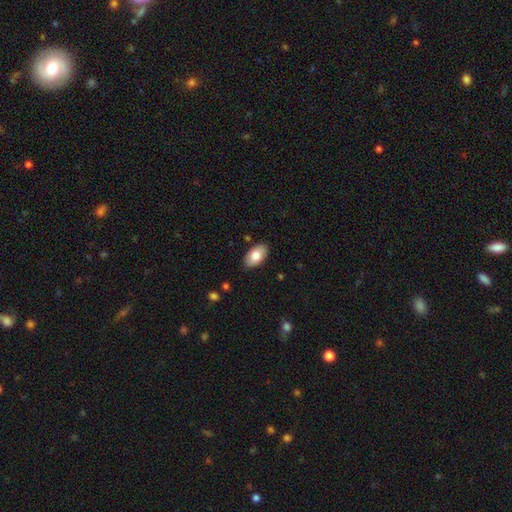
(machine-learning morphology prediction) This is clearly a smooth galaxy (81%). How rounded: clearly in between (95%). Merging: clearly none (87%).